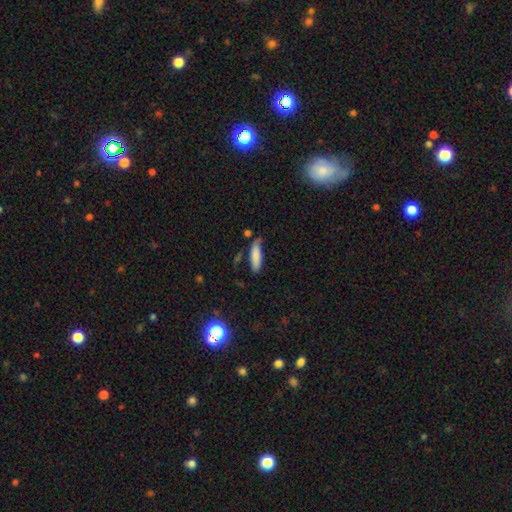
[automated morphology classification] This appears to be a smooth galaxy with no disk features (82%) that is cigar-shaped (56%). Merging: none (62%).